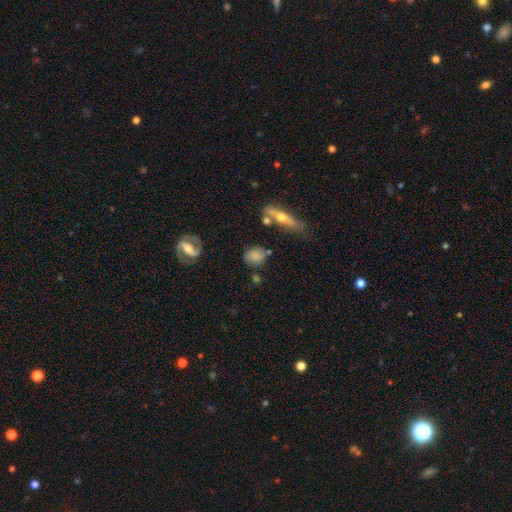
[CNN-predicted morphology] Smooth or featured?
  - smooth: 70% *
  - featured or disk: 20%
  - star or artifact: 10%
How rounded?
  - in between: 48% * (tied)
  - round: 48% * (tied)
  - cigar-shaped: 4%
Merging?
  - none: 67% *
  - minor disturbance: 18%
  - merger: 8%
  - major disturbance: 7%